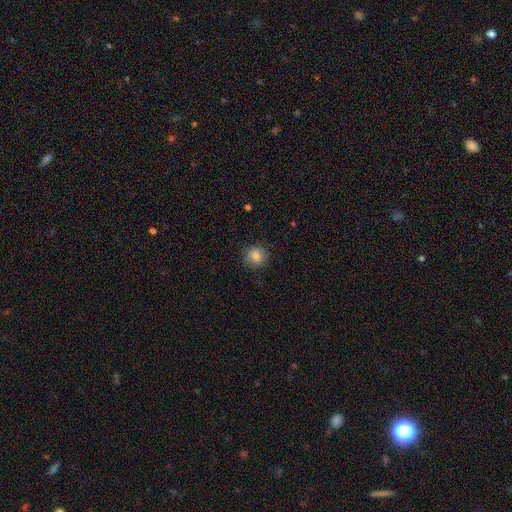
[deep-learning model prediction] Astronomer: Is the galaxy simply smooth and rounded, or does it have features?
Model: smooth — 82%.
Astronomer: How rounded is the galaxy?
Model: round — 80%.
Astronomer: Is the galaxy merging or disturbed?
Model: none — 83%.